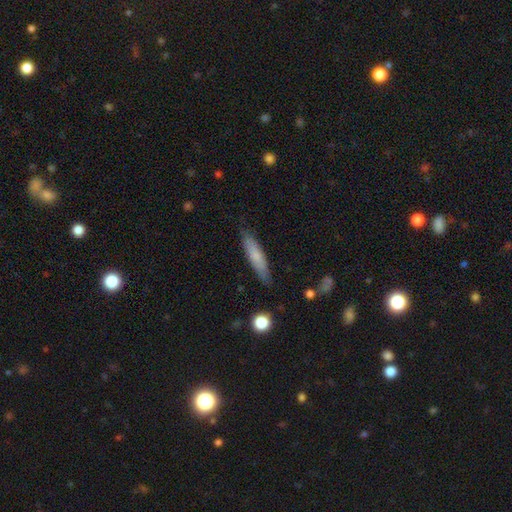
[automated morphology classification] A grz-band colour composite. It shows a smooth galaxy with no disk features (70%) that is cigar-shaped (85%). Merging: none (84%).